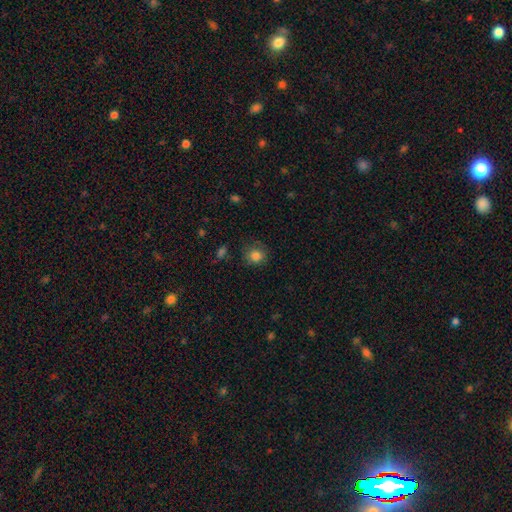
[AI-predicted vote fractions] Q: Smooth or featured?
A: smooth (83%); runner-up: star or artifact (11%)
Q: How rounded?
A: round (85%); runner-up: in between (14%)
Q: Merging?
A: none (78%); runner-up: minor disturbance (15%)